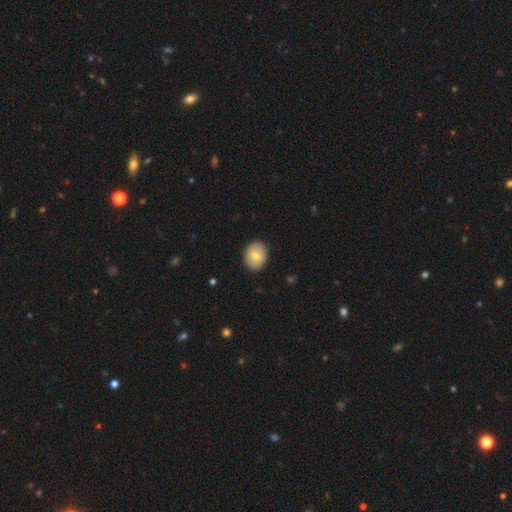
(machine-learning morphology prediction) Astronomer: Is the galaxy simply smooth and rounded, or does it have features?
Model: smooth — 74%.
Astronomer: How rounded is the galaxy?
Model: in between — 54% (runner-up: round, 45%).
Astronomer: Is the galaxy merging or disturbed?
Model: none — 88%.